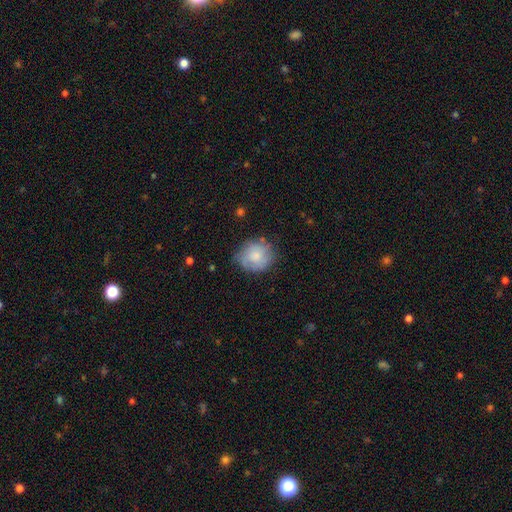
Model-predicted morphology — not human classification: Smooth or featured?
  - smooth: 67% *
  - featured or disk: 25%
  - star or artifact: 8%
How rounded?
  - round: 75% *
  - in between: 24%
  - cigar-shaped: 1%
Merging?
  - none: 65% *
  - minor disturbance: 25%
  - major disturbance: 8%
  - merger: 2%